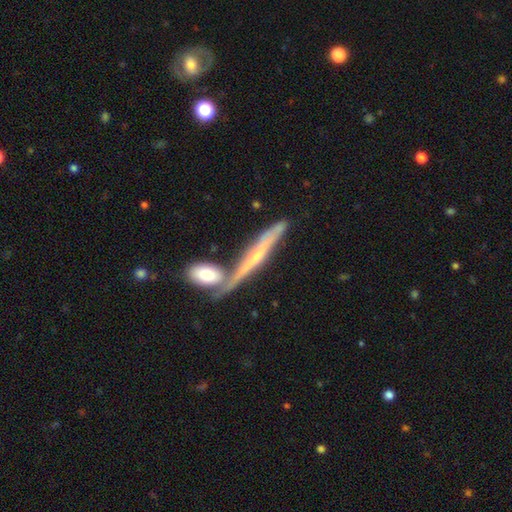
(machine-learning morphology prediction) A featured or disk galaxy (66%) viewed edge-on (89%) with a rounded central bulge (58%). Merging: none (52%).